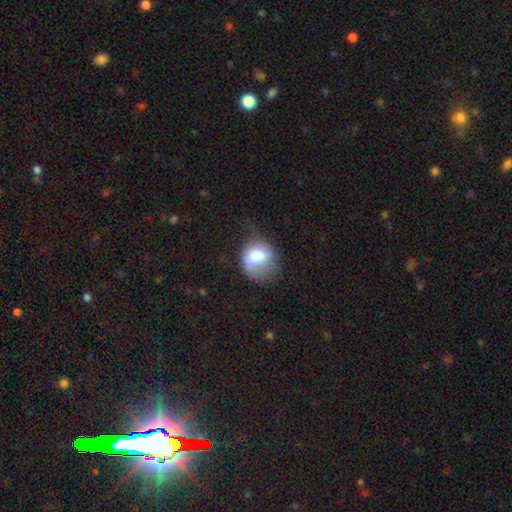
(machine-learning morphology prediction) Smooth or featured: smooth — 65% (featured or disk — 28%)
How rounded: round — 64% (in between — 35%)
Merging: none — 35% (minor disturbance — 33%)